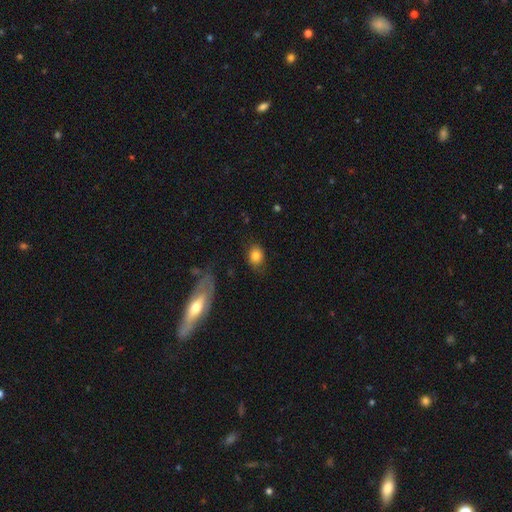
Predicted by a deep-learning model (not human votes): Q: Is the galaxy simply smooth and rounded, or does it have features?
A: smooth — 81%.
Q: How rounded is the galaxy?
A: round — 52%.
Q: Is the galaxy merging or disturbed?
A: none — 76%.